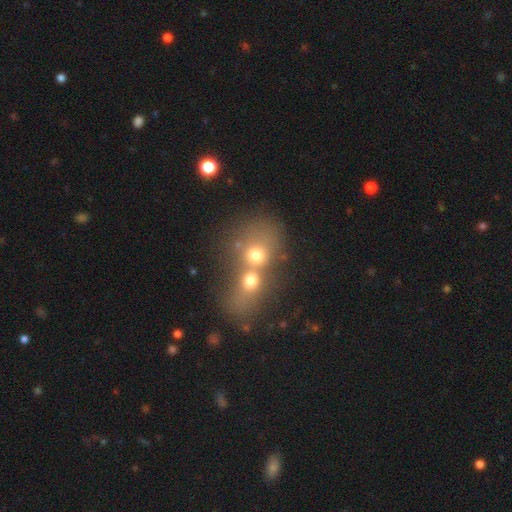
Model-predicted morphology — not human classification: A smooth galaxy with no disk features (60%) that is round (67%).

Vote fractions:
- Smooth or featured? smooth: 60% / featured or disk: 25% / star or artifact: 15%
- How rounded? round: 67% / in between: 32% / cigar-shaped: 1%
- Merging? merger: 76% / none: 14% / major disturbance: 5% / minor disturbance: 4%